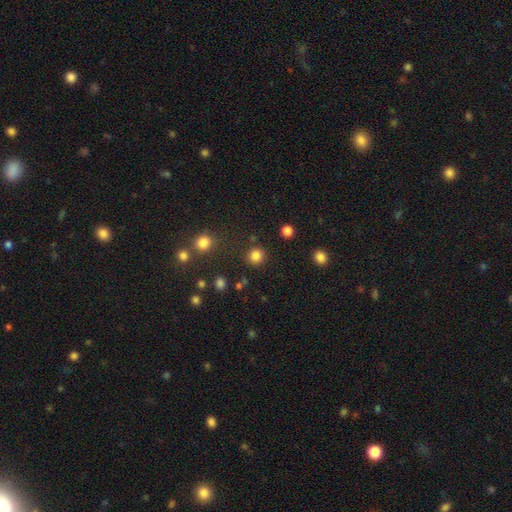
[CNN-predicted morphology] This appears to be a smooth galaxy with no disk features (83%) that is round (92%). Merging: none (87%).